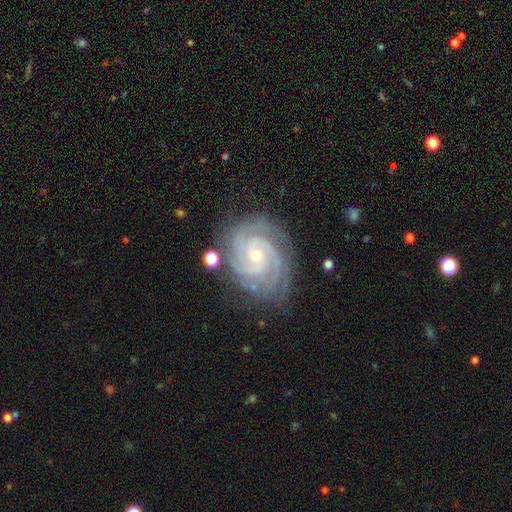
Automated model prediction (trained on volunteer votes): Smooth or featured?
  - featured or disk: 91% *
  - star or artifact: 5%
  - smooth: 3%
Edge-on disk?
  - no: 98% *
  - yes: 2%
Bar?
  - no: 60% *
  - weak: 31%
  - strong: 9%
Spiral arms?
  - yes: 99% *
  - no: 1%
Spiral winding?
  - tight: 76% *
  - medium: 22%
  - loose: 2%
Spiral arm count?
  - 3: 41% *
  - 4: 21%
  - 2: 20%
  - can't tell: 8%
  - more than 4: 5%
  - 1: 4%
Bulge size?
  - small: 68% *
  - moderate: 27%
  - none: 2%
  - large: 1%
  - dominant: 1%
Merging?
  - none: 78% *
  - minor disturbance: 16%
  - major disturbance: 5%
  - merger: 2%